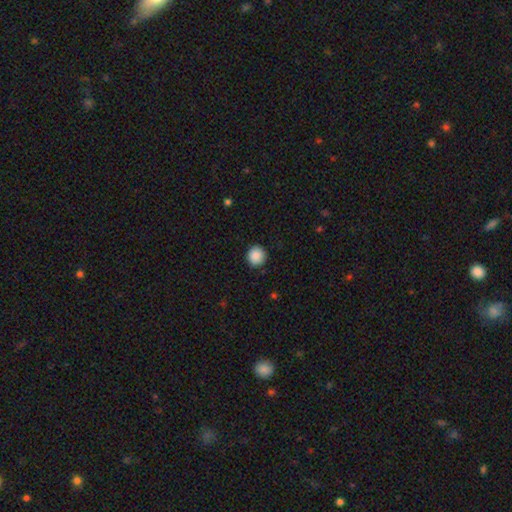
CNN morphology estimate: The model was most divided on "smooth or featured": smooth: 89%, star or artifact: 8%, featured or disk: 3%. More confident: how rounded — round (92%); merging — none (89%).